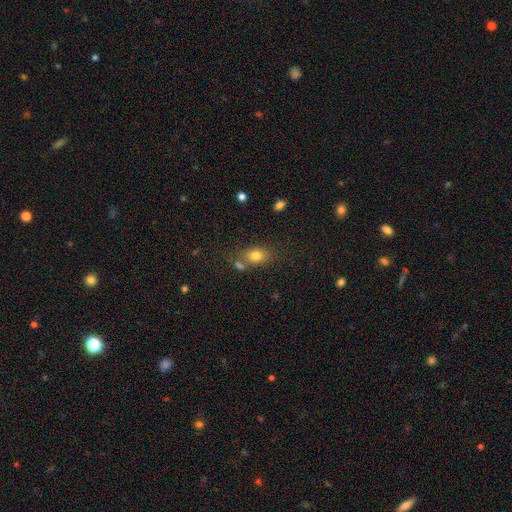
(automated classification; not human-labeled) The model was most divided on "merging": none: 60%, merger: 21%, minor disturbance: 14%, major disturbance: 5%. More confident: smooth or featured — smooth (78%); how rounded — in between (72%).